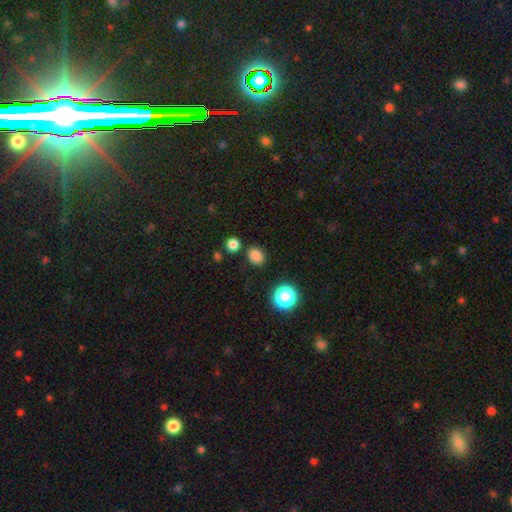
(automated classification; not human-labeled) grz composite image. It shows a smooth galaxy with no disk features (82%) that is round (63%). Merging: none (84%).